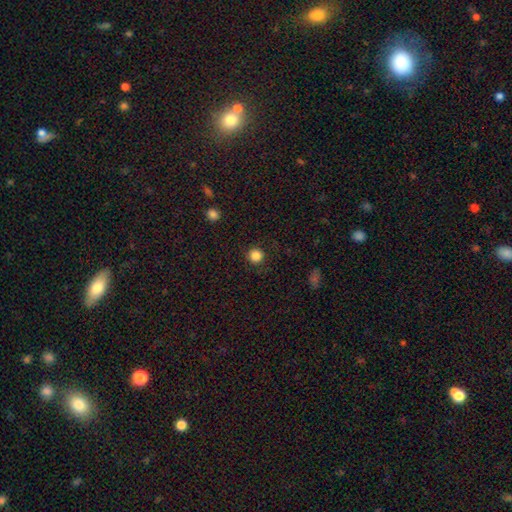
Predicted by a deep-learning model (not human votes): smooth_or_featured: smooth (p=0.85) [alt: star or artifact p=0.12]
how_rounded: round (p=0.95) [alt: in between p=0.04]
merging: none (p=0.90) [alt: minor disturbance p=0.06]